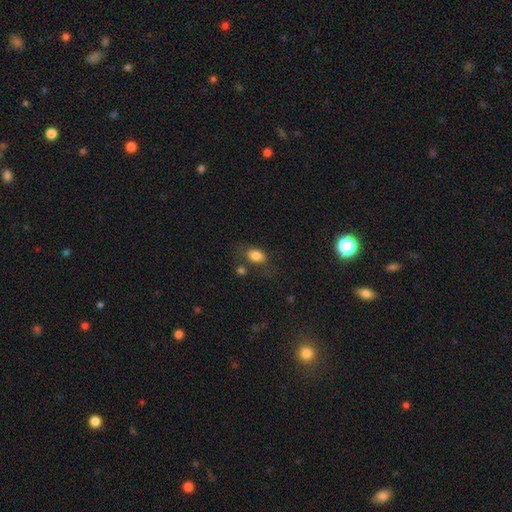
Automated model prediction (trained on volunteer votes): This is clearly a smooth galaxy (82%). How rounded: clearly in between (82%). Merging: likely none (62%).